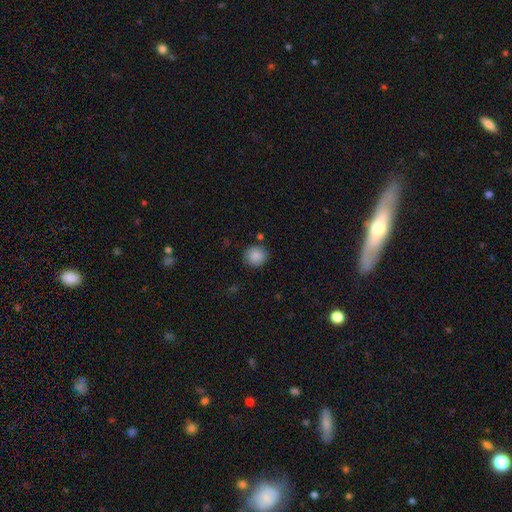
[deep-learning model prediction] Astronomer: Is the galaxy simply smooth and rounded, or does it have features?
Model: smooth — 87%.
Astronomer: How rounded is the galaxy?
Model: round — 88%.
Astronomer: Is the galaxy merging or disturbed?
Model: none — 84%.